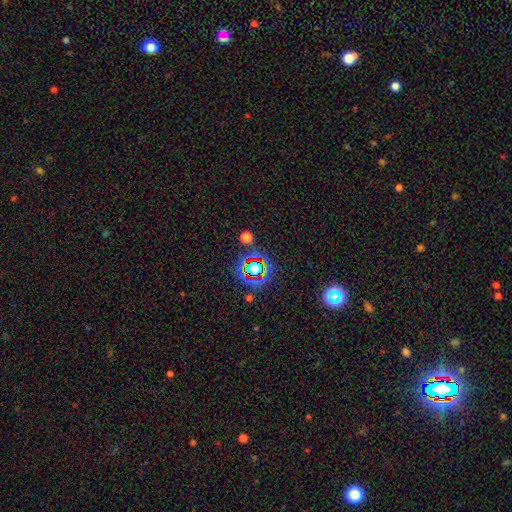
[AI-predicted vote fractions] smooth_or_featured: star or artifact (p=0.67) [alt: smooth p=0.19]